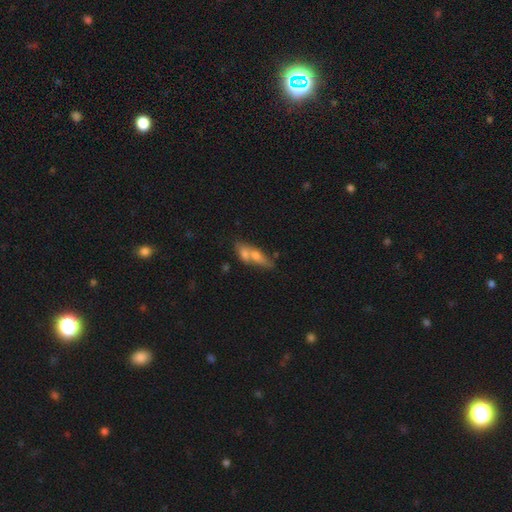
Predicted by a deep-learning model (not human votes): smooth 57%, featured or disk 33%, star or artifact 10%. Down the decision tree: how rounded — in between (51%); merging — merger (54%).